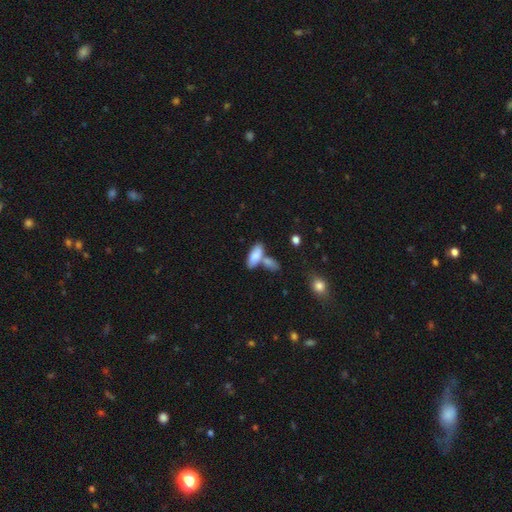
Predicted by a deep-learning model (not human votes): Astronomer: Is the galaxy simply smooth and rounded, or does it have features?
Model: smooth — 82%.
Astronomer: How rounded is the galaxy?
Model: in between — 79%.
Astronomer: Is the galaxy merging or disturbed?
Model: none — 44% (runner-up: merger, 39%).